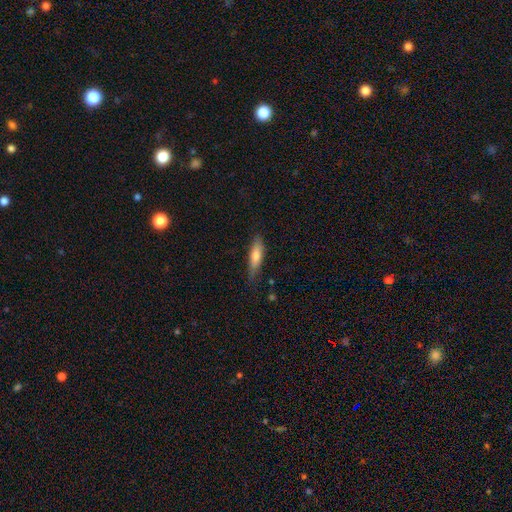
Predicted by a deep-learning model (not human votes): Q: Smooth or featured?
A: smooth (68%); runner-up: featured or disk (25%)
Q: How rounded?
A: cigar-shaped (68%); runner-up: in between (30%)
Q: Merging?
A: none (73%); runner-up: minor disturbance (21%)